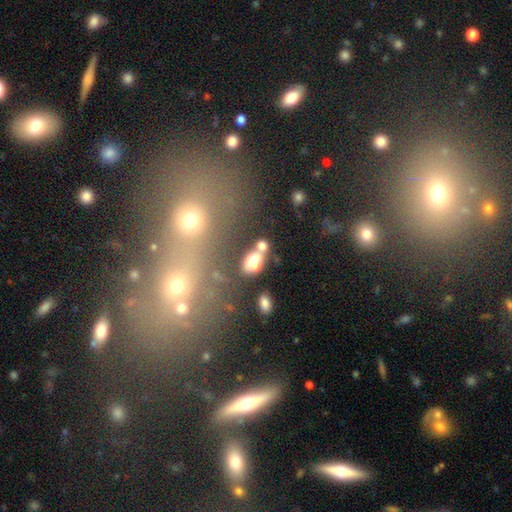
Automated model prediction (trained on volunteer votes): Smooth or featured?
  - smooth: 67% *
  - featured or disk: 17%
  - star or artifact: 16%
How rounded?
  - in between: 79% *
  - round: 17%
  - cigar-shaped: 4%
Merging?
  - none: 57% *
  - merger: 24%
  - minor disturbance: 12%
  - major disturbance: 7%